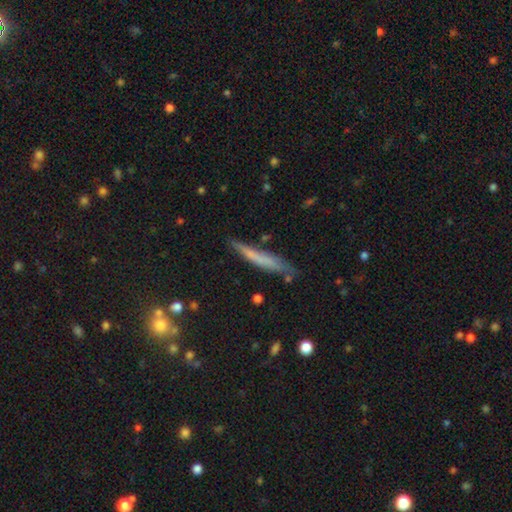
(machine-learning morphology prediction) A smooth galaxy with no disk features (57%) that is cigar-shaped (94%). Merging: none (74%).